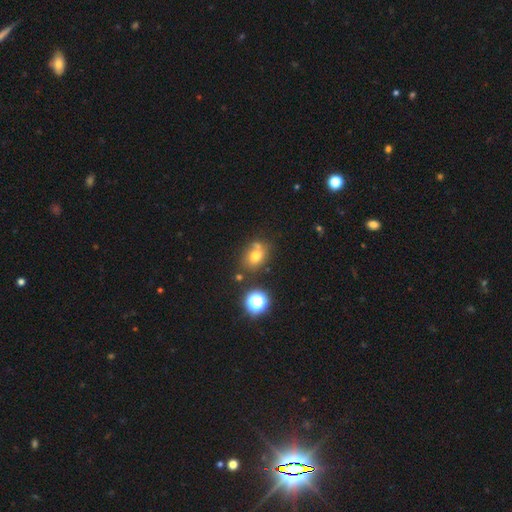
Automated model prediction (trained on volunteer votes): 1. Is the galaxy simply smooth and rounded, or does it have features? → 69% smooth, 18% star or artifact, 14% featured or disk.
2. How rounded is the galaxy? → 50% round, 49% in between, 1% cigar-shaped.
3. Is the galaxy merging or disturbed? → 61% none, 18% merger, 16% minor disturbance, 5% major disturbance.